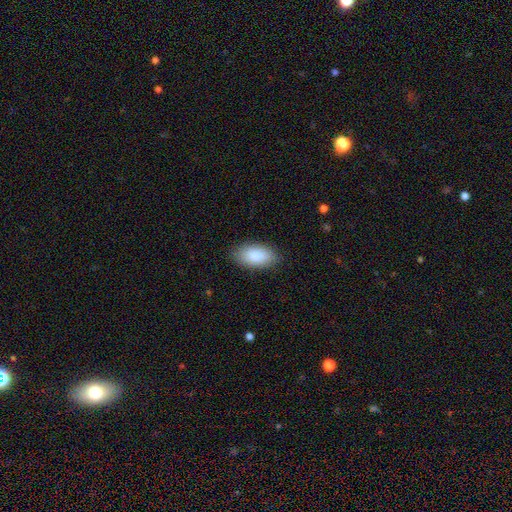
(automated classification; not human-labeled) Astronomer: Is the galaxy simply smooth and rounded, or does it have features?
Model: smooth — 89%.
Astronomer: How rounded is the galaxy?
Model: in between — 94%.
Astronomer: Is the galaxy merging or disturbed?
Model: none — 86%.